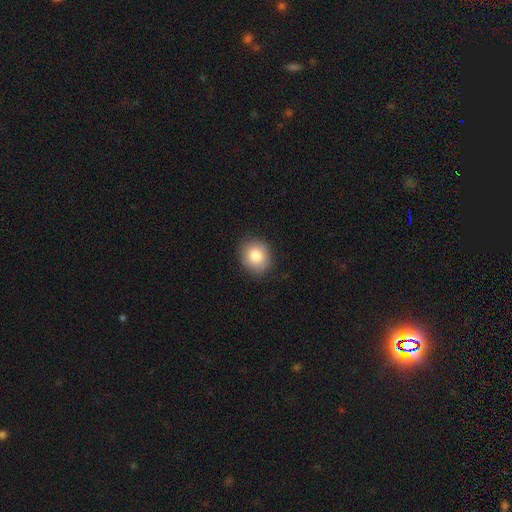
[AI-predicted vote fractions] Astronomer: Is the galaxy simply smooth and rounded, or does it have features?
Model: smooth — 83%.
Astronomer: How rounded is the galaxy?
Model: round — 70%.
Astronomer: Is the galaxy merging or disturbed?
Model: none — 85%.